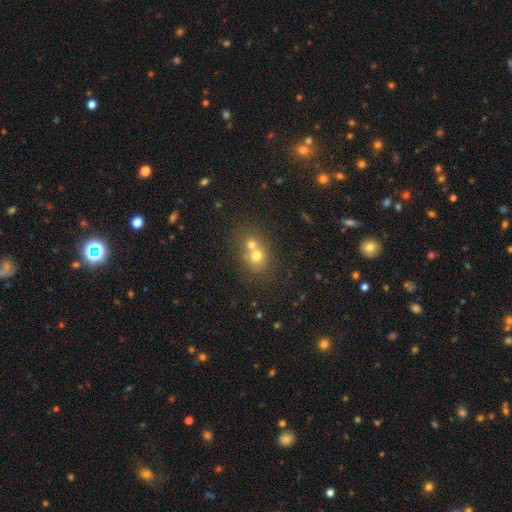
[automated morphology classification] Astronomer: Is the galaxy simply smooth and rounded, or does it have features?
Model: smooth — 65%.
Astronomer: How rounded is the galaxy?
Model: round — 73%.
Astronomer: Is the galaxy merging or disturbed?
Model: merger — 58%.